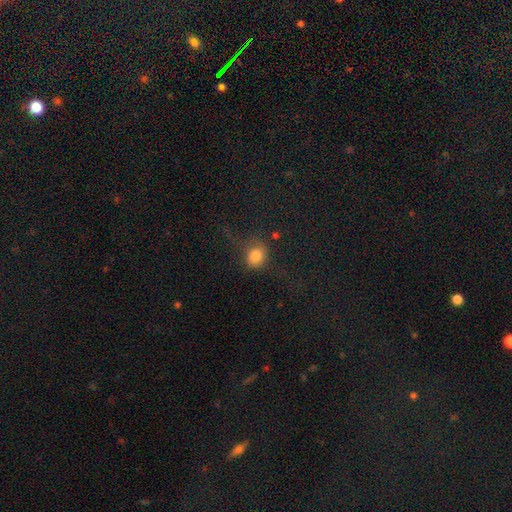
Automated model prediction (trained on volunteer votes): Smooth or featured? smooth (79%)
How rounded? round (67%)
Merging? none (55%)